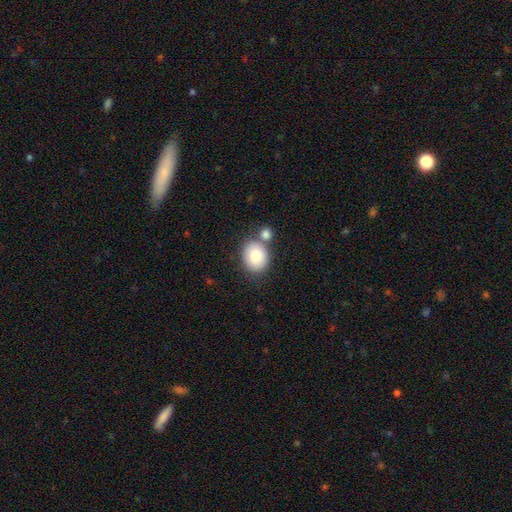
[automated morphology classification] smooth-or-featured: smooth: 84% | featured or disk: 8% | star or artifact: 7%
  how-rounded: in between: 50% | round: 49% | cigar-shaped: 1%
  merging: none: 59% | merger: 24% | minor disturbance: 13% | major disturbance: 4%